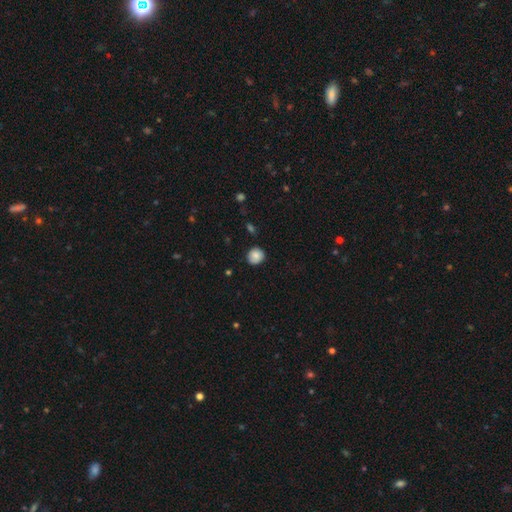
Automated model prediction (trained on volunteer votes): smooth 82%, featured or disk 9%, star or artifact 9%. Down the decision tree: how rounded — round (88%); merging — none (84%).